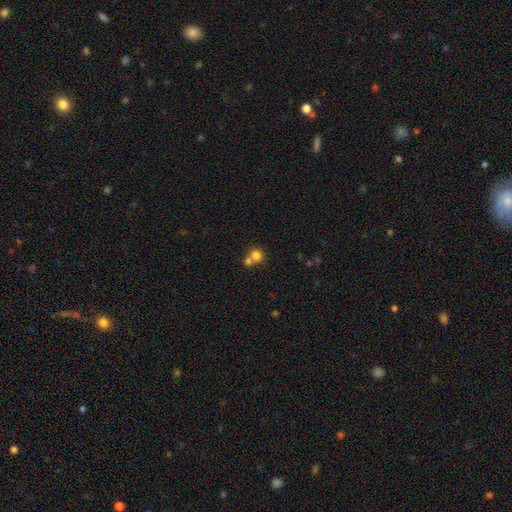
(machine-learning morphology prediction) smooth-or-featured: smooth: 78% | star or artifact: 12% | featured or disk: 10%
  how-rounded: round: 86% | in between: 13% | cigar-shaped: 1%
  merging: merger: 47% | none: 45% | minor disturbance: 6% | major disturbance: 3%